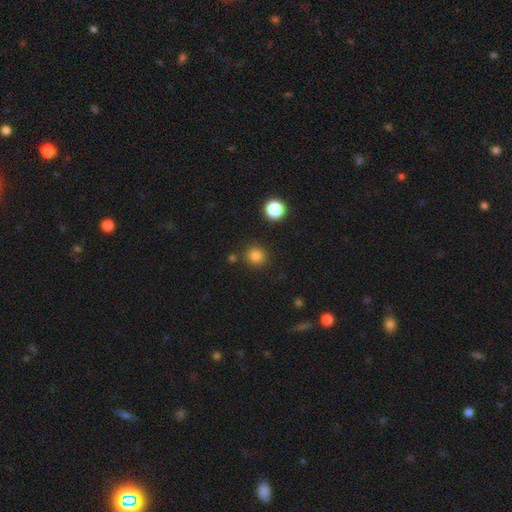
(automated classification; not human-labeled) smooth-or-featured: smooth: 83% | star or artifact: 13% | featured or disk: 4%
  how-rounded: round: 92% | in between: 7% | cigar-shaped: 1%
  merging: none: 87% | minor disturbance: 7% | merger: 3% | major disturbance: 3%